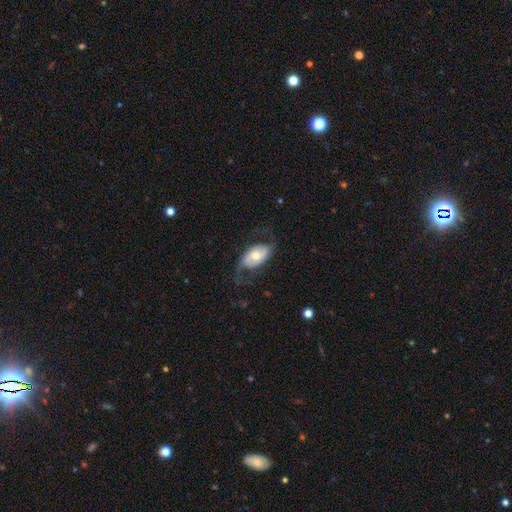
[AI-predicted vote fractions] featured or disk 62%, smooth 32%, star or artifact 6%. Down the decision tree: edge-on disk — no (93%); bar — no (62%); spiral arms — yes (77%); bulge size — moderate (62%); merging — none (59%).